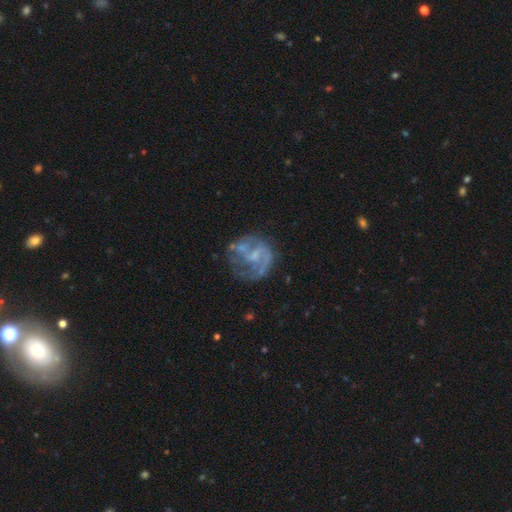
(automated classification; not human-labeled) Smooth or featured? featured or disk (72%)
Edge-on disk? no (98%)
Bar? no (51%)
Spiral arms? yes (64%)
Bulge size? none (38%)
Merging? none (47%)